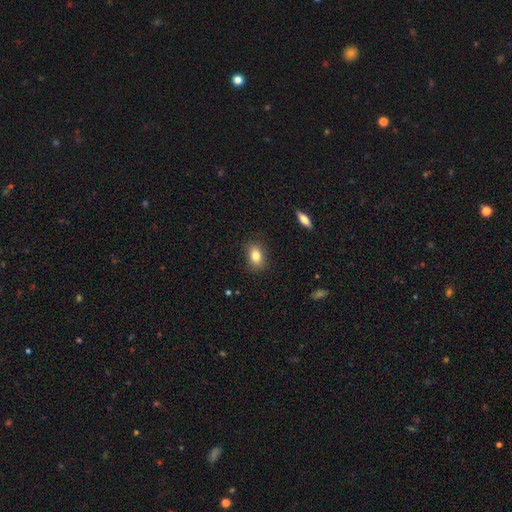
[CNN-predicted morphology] This is clearly a smooth galaxy (82%). How rounded: likely in between (79%). Merging: clearly none (86%).